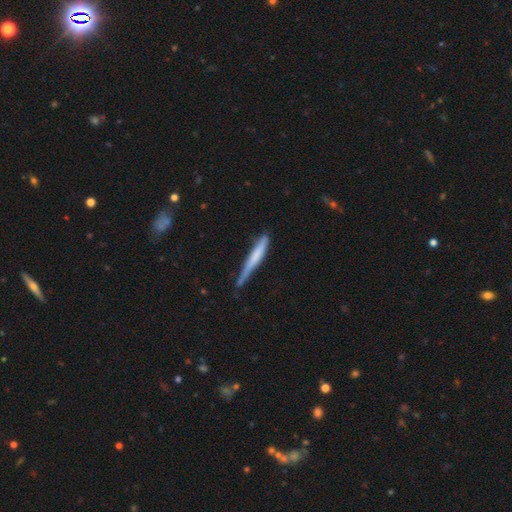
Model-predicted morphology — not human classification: type=smooth (62%); roundness=cigar-shaped (95%); merging=none (55%).